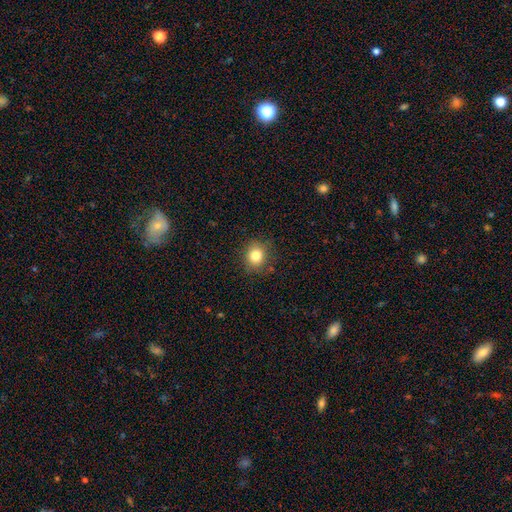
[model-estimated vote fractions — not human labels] Overall: smooth (81%). How rounded: round (80%). Merging: none (86%).